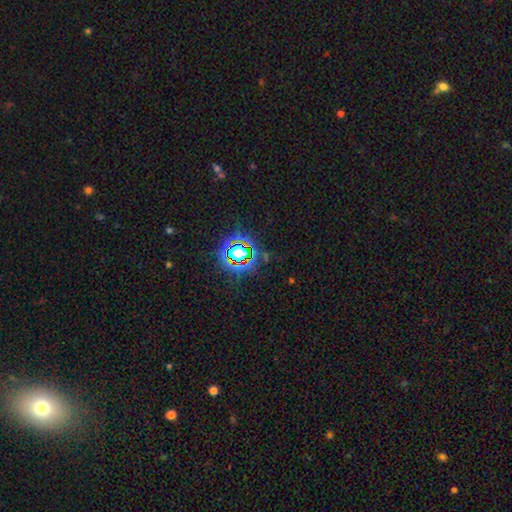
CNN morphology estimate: Q: Smooth or featured?
A: star or artifact (79%); runner-up: smooth (12%)